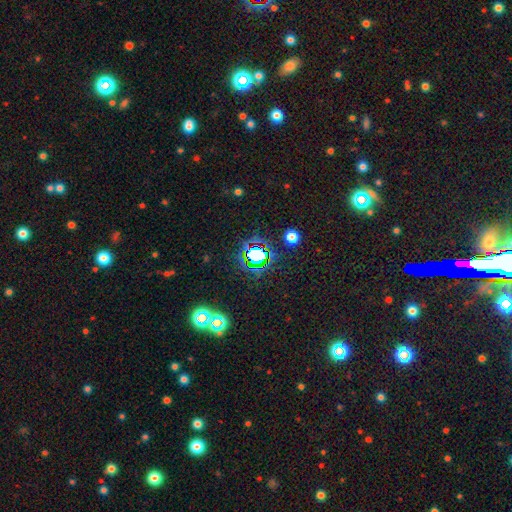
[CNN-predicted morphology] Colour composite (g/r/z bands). It shows a star or artifact, not a galaxy (69%).